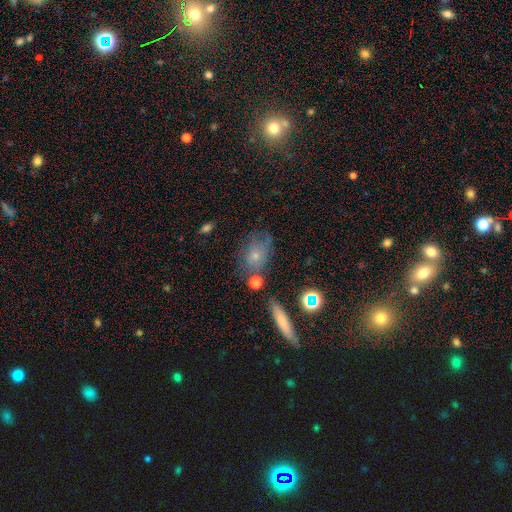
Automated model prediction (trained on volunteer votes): A smooth galaxy with no disk features (56%) that is in between round and cigar-shaped (63%).

Vote fractions:
- Smooth or featured? smooth: 56% / featured or disk: 31% / star or artifact: 14%
- How rounded? in between: 63% / round: 33% / cigar-shaped: 4%
- Merging? none: 53% / minor disturbance: 24% / major disturbance: 14% / merger: 9%